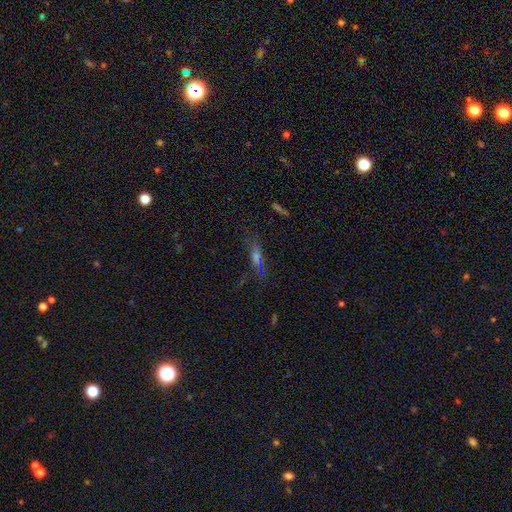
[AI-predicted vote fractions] This appears to be a star or artifact, not a galaxy (41%).